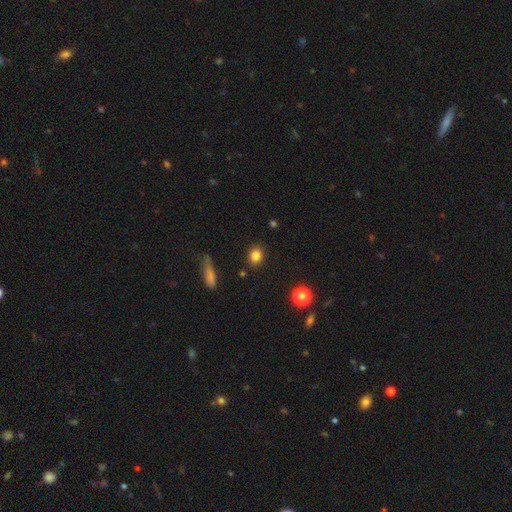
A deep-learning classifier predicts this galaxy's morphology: This is clearly a smooth galaxy (83%). How rounded: likely round (65%). Merging: clearly none (87%).